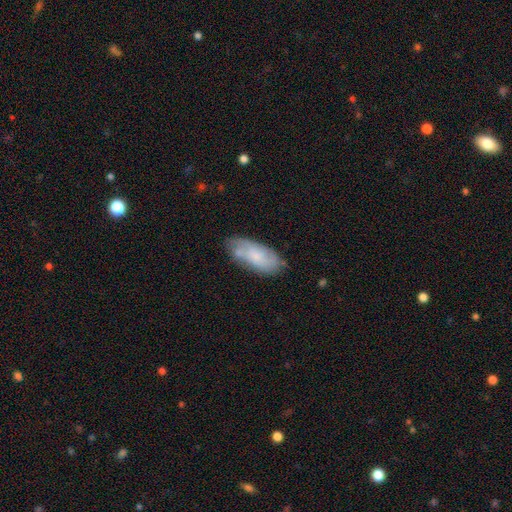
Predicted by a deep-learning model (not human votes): Smooth or featured? Predicted: smooth (p=0.57). How rounded? Predicted: in between (p=0.86). Merging? Predicted: none (p=0.63).